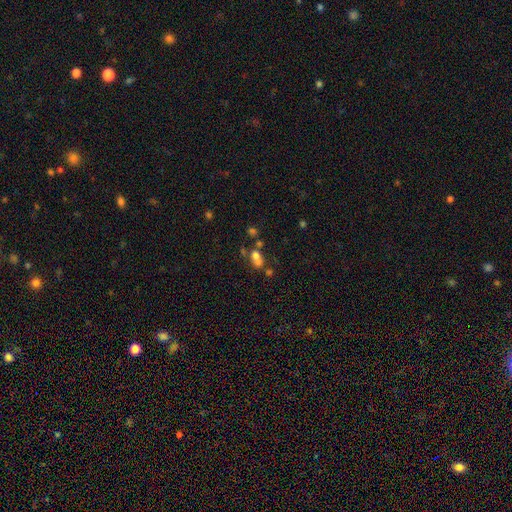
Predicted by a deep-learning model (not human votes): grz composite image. It shows a smooth galaxy with no disk features (60%) that is round (57%). Merging: merger (54%).